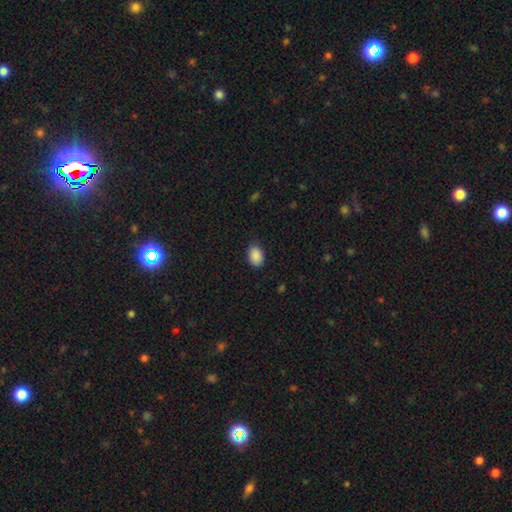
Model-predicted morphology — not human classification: Overall: smooth (90%). How rounded: in between (76%). Merging: none (81%).